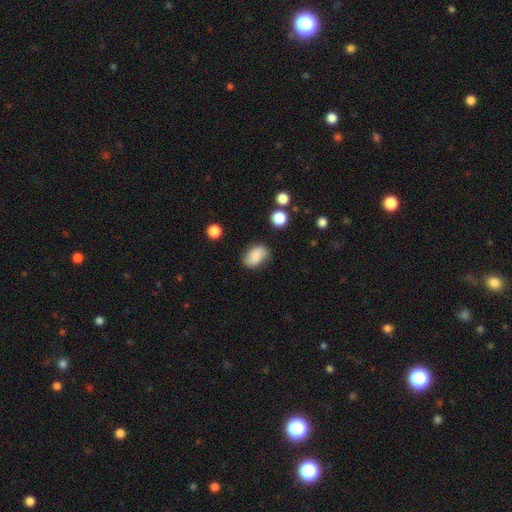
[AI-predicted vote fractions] smooth_or_featured: smooth (p=0.75) [alt: featured or disk p=0.16]
how_rounded: in between (p=0.86) [alt: round p=0.13]
merging: none (p=0.73) [alt: minor disturbance p=0.20]